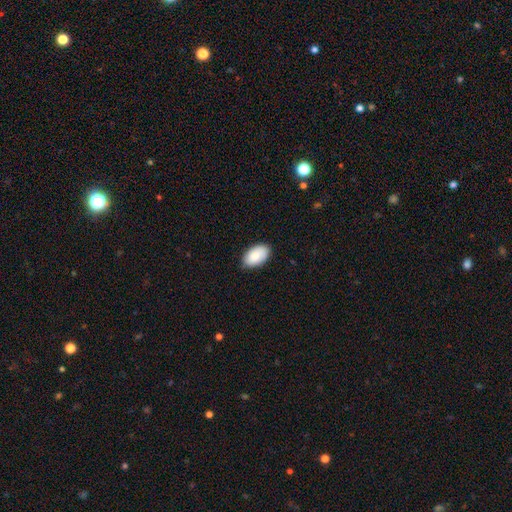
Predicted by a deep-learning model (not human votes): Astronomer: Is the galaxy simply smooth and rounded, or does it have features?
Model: smooth — 87%.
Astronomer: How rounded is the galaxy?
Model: in between — 95%.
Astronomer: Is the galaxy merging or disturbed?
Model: none — 79%.